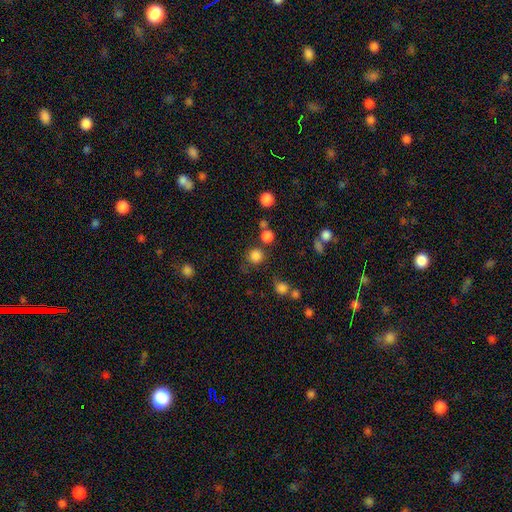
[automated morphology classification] Q: Smooth or featured?
A: smooth (81%); runner-up: star or artifact (15%)
Q: How rounded?
A: round (92%); runner-up: in between (7%)
Q: Merging?
A: none (75%); runner-up: minor disturbance (10%)